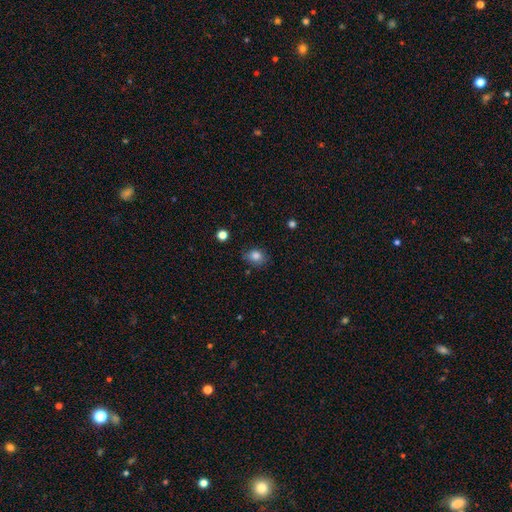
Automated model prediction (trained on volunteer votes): Morphology: type=smooth (83%); roundness=round (53%); merging=none (72%).